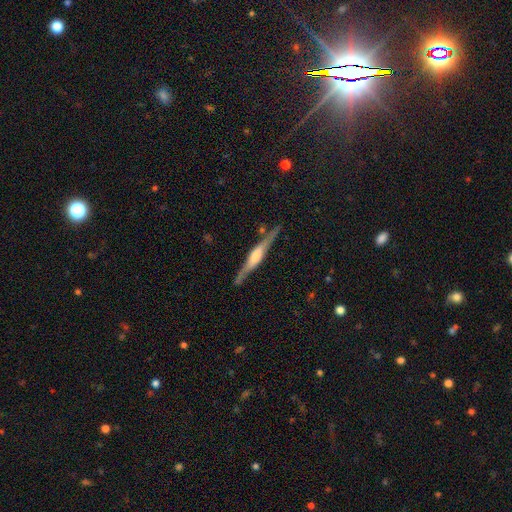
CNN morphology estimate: featured or disk 77%, smooth 18%, star or artifact 5%. Down the decision tree: edge-on disk — yes (97%); edge-on bulge — rounded (62%); merging — none (82%).